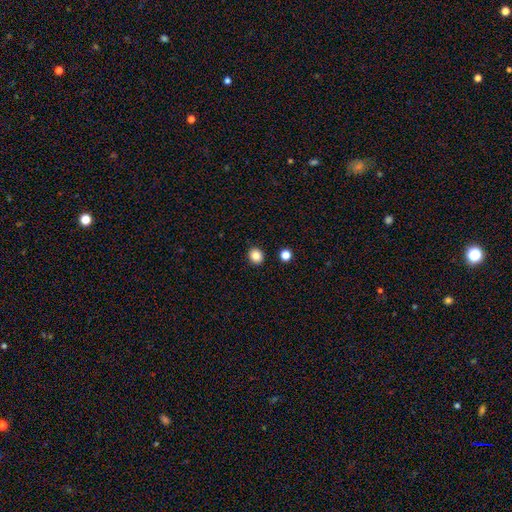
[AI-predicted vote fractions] Smooth or featured: smooth — 85% (star or artifact — 11%)
How rounded: round — 76% (in between — 23%)
Merging: none — 91% (minor disturbance — 6%)